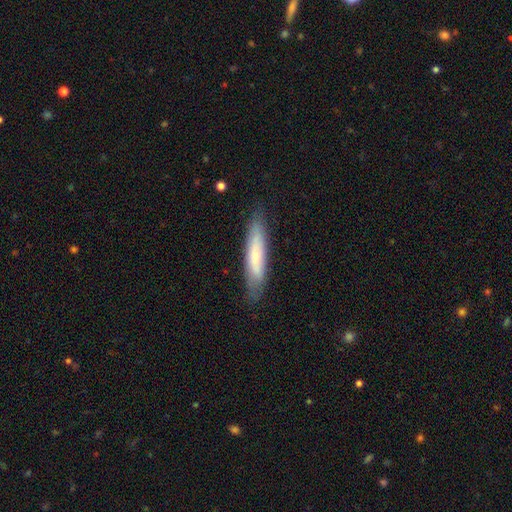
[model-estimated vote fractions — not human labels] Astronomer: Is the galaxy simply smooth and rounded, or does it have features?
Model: smooth — 66%.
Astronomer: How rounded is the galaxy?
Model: cigar-shaped — 82%.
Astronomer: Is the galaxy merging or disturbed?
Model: none — 82%.